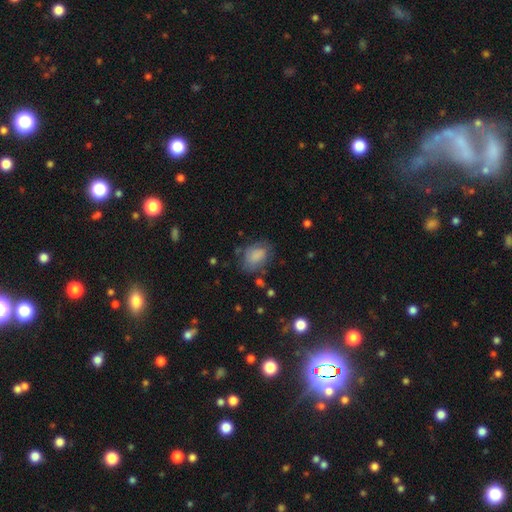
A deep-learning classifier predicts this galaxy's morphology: This appears to be a smooth galaxy with no disk features (78%) that is in between round and cigar-shaped (76%). Merging: none (61%).